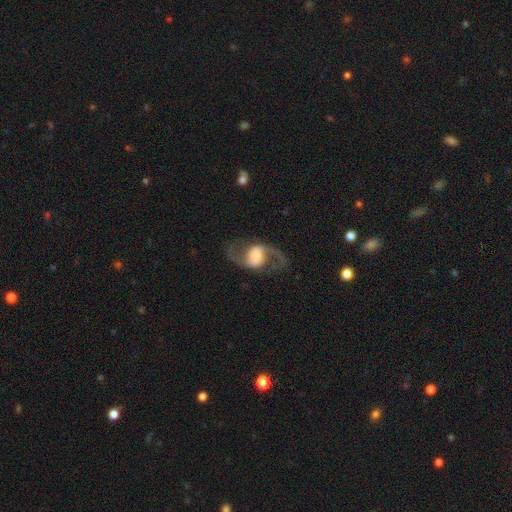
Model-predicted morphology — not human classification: This is clearly a featured or disk galaxy (86%). It is clearly not viewed edge-on (97%). Bar: marginally no (44%). Spiral arm pattern: clearly yes (95%). Spiral arm count: clearly 2 (94%). Spiral winding: possibly loose (56%). Central bulge: marginally large (38%). Merging: likely none (77%).